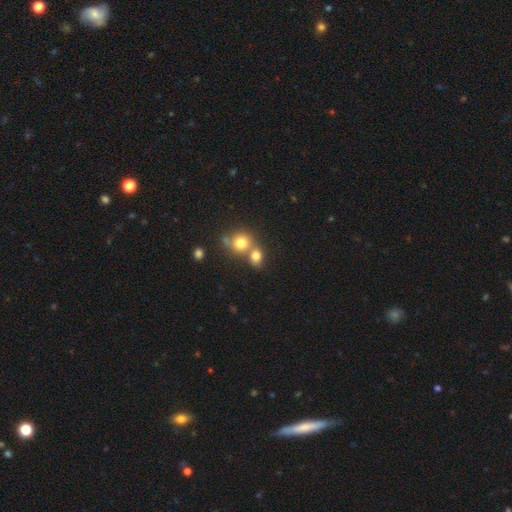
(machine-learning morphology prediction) smooth 78%, star or artifact 12%, featured or disk 10%. Down the decision tree: how rounded — round (65%); merging — merger (47%).